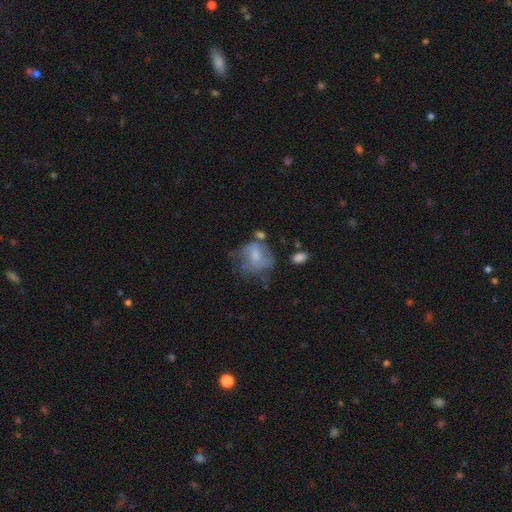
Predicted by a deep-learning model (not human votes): A smooth galaxy with no disk features (54%) that is round (59%).

Vote fractions:
- Smooth or featured? smooth: 54% / featured or disk: 36% / star or artifact: 9%
- How rounded? round: 59% / in between: 40% / cigar-shaped: 1%
- Merging? none: 36% / minor disturbance: 28% / major disturbance: 27% / merger: 9%